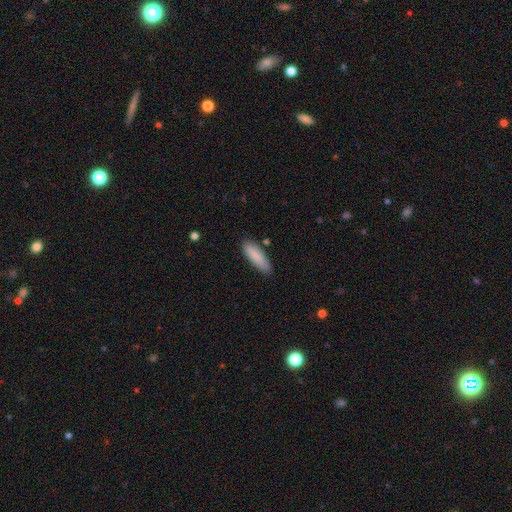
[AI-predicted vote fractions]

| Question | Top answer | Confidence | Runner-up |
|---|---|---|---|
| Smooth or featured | smooth | 86% | featured or disk (7%) |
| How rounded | cigar-shaped | 57% | in between (41%) |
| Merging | none | 82% | minor disturbance (13%) |